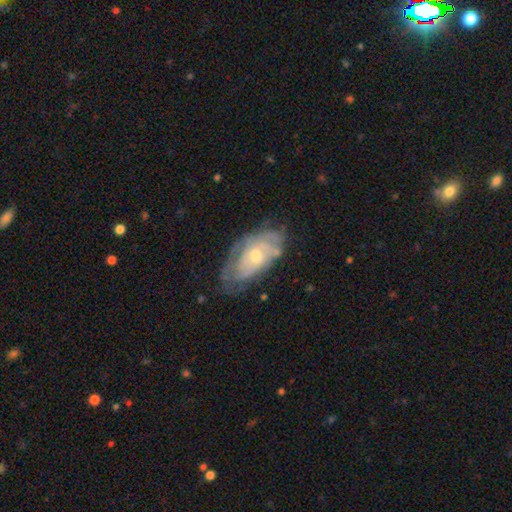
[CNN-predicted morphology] This is likely a featured or disk galaxy (71%). It is clearly not viewed edge-on (93%). Bar: likely no (75%). Spiral arm pattern: likely yes (78%). Spiral arm count: possibly can't tell (60%). Spiral winding: likely tight (62%). Central bulge: possibly moderate (51%). Merging: possibly none (59%).